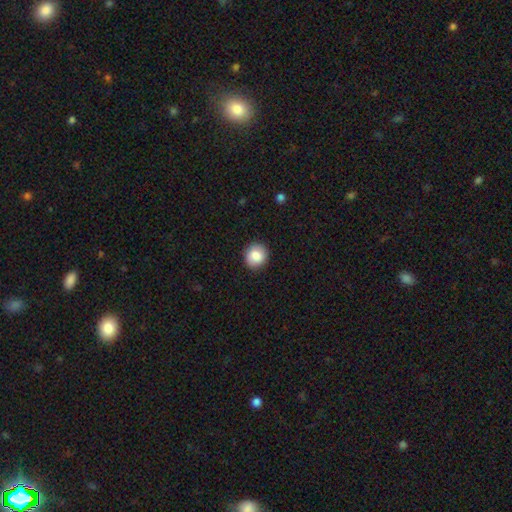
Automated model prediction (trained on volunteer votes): Morphology: type=smooth (85%); roundness=round (86%); merging=none (90%).